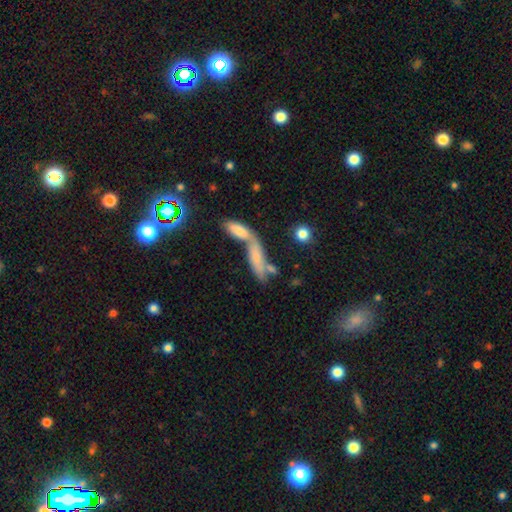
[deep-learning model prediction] Smooth or featured? Predicted: smooth (p=0.58). How rounded? Predicted: cigar-shaped (p=0.50). Merging? Predicted: merger (p=0.56).